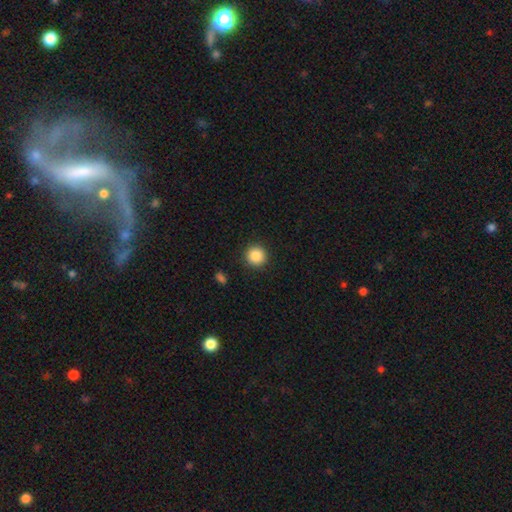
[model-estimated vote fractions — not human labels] The model was most divided on "smooth or featured": smooth: 87%, star or artifact: 9%, featured or disk: 4%. More confident: how rounded — round (95%); merging — none (91%).